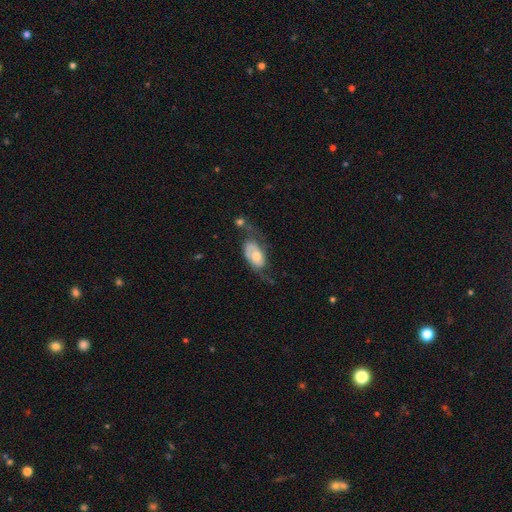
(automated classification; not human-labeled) Smooth or featured: featured or disk — 54% (smooth — 40%)
Edge-on disk: no — 92% (yes — 8%)
Merging: major disturbance — 33% (none — 31%)